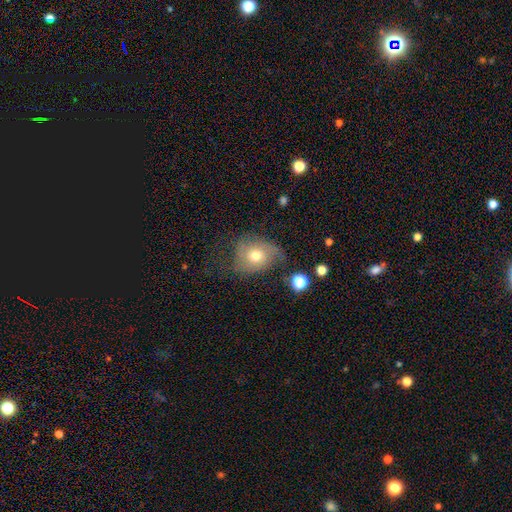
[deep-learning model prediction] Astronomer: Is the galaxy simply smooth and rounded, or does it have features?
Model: smooth — 55% (runner-up: featured or disk, 34%).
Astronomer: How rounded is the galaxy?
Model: round — 54% (runner-up: in between, 44%).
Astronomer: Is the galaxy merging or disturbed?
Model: none — 43% (runner-up: minor disturbance, 30%).